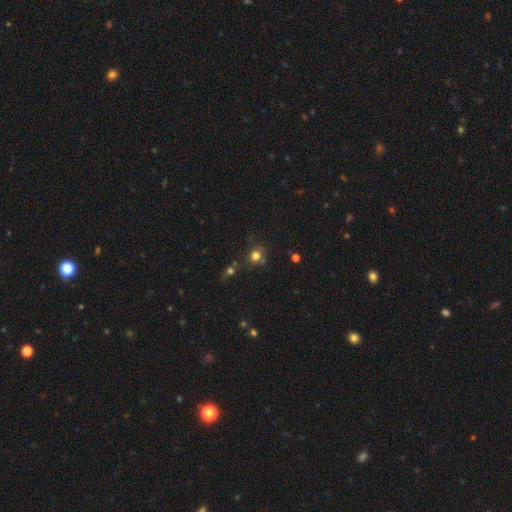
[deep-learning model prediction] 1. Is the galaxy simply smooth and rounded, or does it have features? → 75% smooth, 17% star or artifact, 8% featured or disk.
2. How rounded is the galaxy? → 85% round, 14% in between, 1% cigar-shaped.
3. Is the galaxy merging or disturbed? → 69% none, 14% minor disturbance, 11% merger, 6% major disturbance.